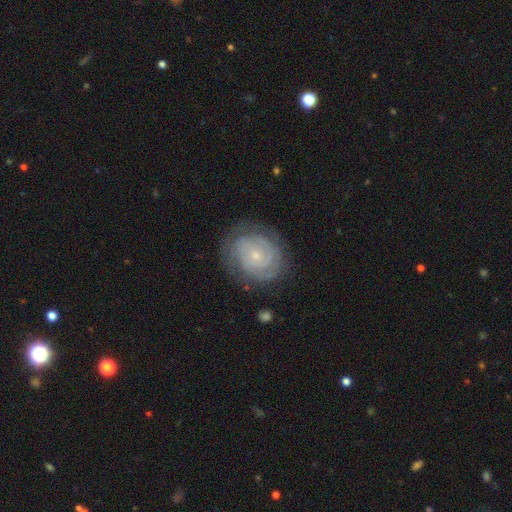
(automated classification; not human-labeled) featured or disk 79%, smooth 14%, star or artifact 6%. Down the decision tree: edge-on disk — no (98%); bar — no (79%); spiral arms — yes (93%); spiral arm count — can't tell (35%); spiral winding — tight (80%); bulge size — small (78%); merging — none (77%).